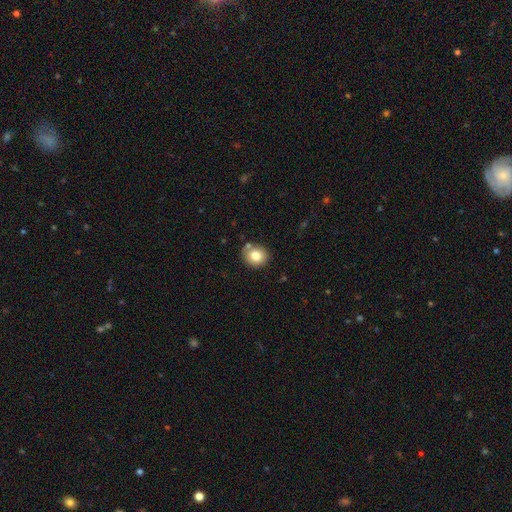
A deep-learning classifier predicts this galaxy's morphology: Q: Smooth or featured?
A: smooth (81%); runner-up: star or artifact (10%)
Q: How rounded?
A: round (80%); runner-up: in between (19%)
Q: Merging?
A: none (79%); runner-up: minor disturbance (12%)